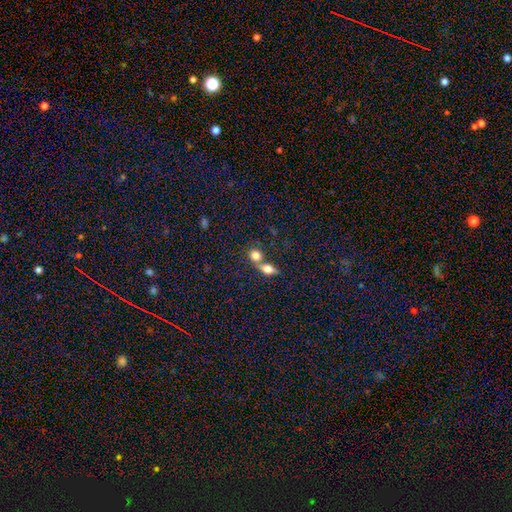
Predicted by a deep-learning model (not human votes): A smooth galaxy with no disk features (78%) that is round (60%). Merging: merger (55%).